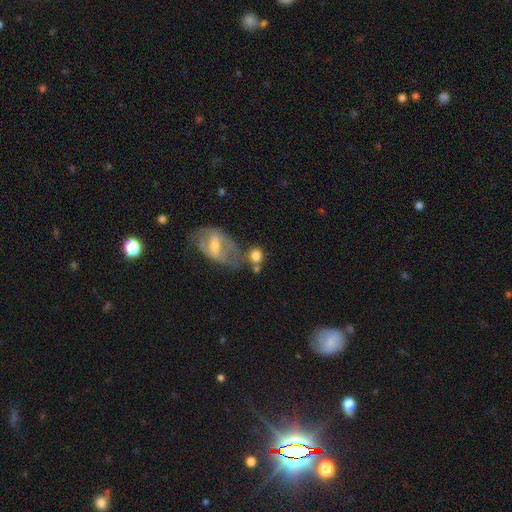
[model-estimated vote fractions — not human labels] This appears to be a smooth galaxy with no disk features (72%) that is round (70%). Merging: none (44%).